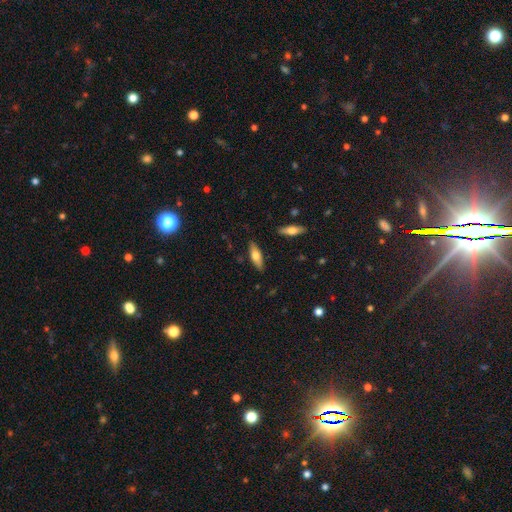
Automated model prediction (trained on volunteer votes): Smooth or featured? Predicted: smooth (p=0.64). How rounded? Predicted: in between (p=0.52). Merging? Predicted: none (p=0.85).